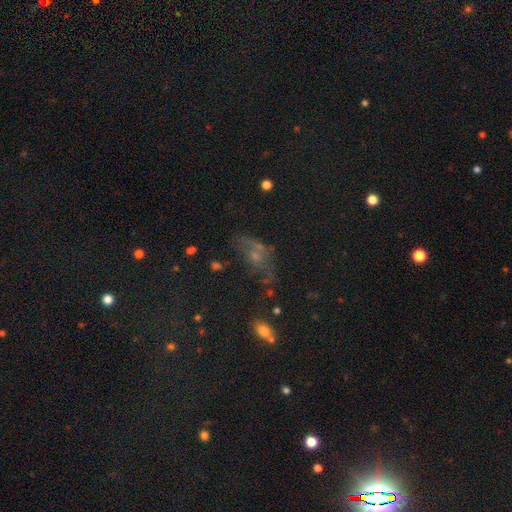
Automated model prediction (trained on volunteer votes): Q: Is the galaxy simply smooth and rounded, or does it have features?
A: smooth — 39%.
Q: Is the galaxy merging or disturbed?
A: none — 39%.